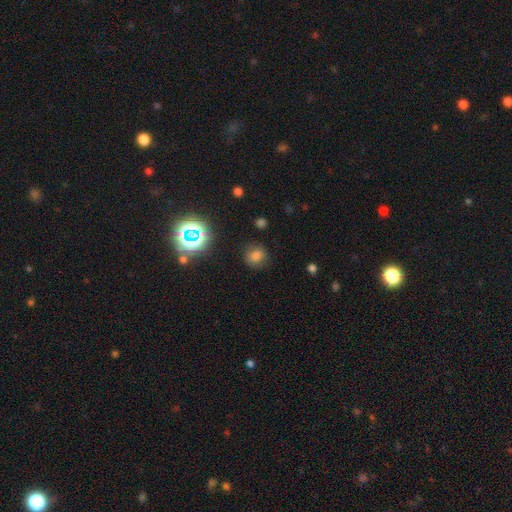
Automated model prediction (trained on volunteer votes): smooth-or-featured: smooth: 71% | star or artifact: 22% | featured or disk: 7%
  how-rounded: round: 84% | in between: 15% | cigar-shaped: 1%
  merging: none: 85% | minor disturbance: 10% | major disturbance: 4% | merger: 2%